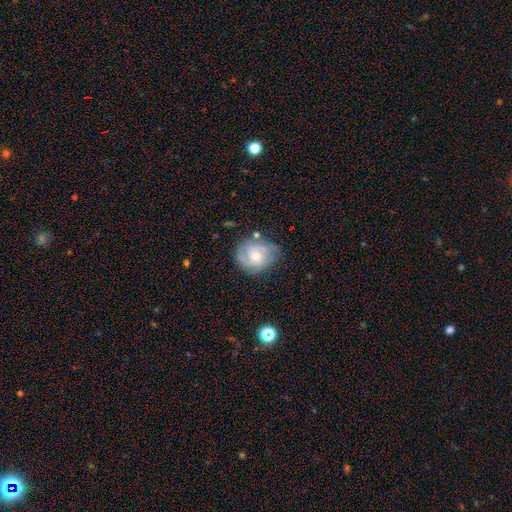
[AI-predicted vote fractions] Q: Smooth or featured?
A: featured or disk (75%); runner-up: smooth (18%)
Q: Edge-on disk?
A: no (98%); runner-up: yes (2%)
Q: Bar?
A: no (65%); runner-up: weak (31%)
Q: Spiral arms?
A: yes (92%); runner-up: no (8%)
Q: Spiral winding?
A: tight (55%); runner-up: medium (35%)
Q: Spiral arm count?
A: 2 (43%); runner-up: can't tell (24%)
Q: Bulge size?
A: moderate (56%); runner-up: small (36%)
Q: Merging?
A: none (68%); runner-up: minor disturbance (21%)